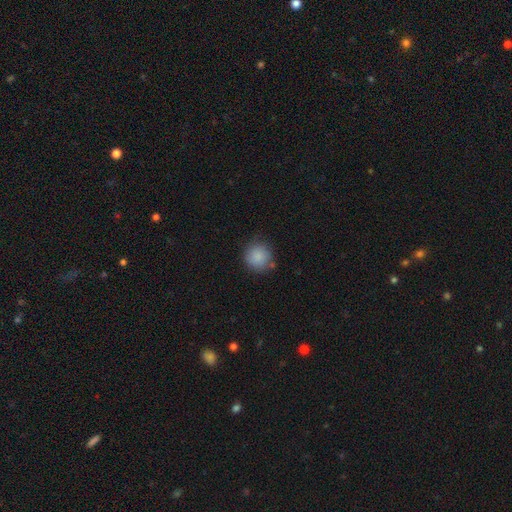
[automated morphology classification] Smooth or featured: smooth — 87% (star or artifact — 9%)
How rounded: round — 91% (in between — 8%)
Merging: none — 78% (minor disturbance — 14%)